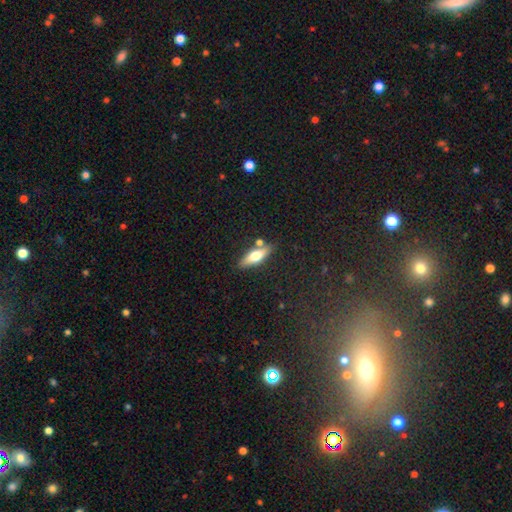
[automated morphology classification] This appears to be a smooth galaxy with no disk features (54%) that is cigar-shaped (50%). Merging: none (77%).